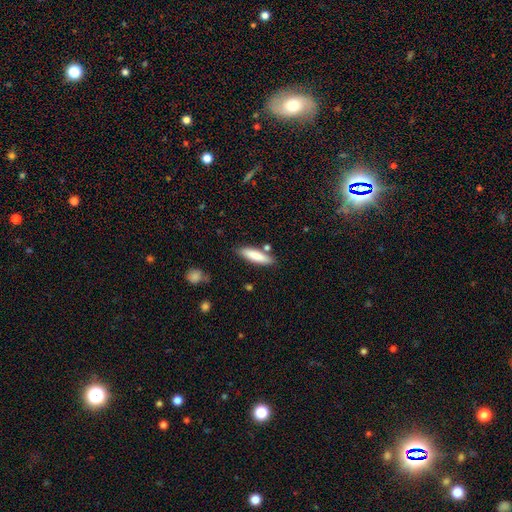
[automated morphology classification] This appears to be a smooth galaxy with no disk features (84%) that is cigar-shaped (70%). Merging: none (79%).